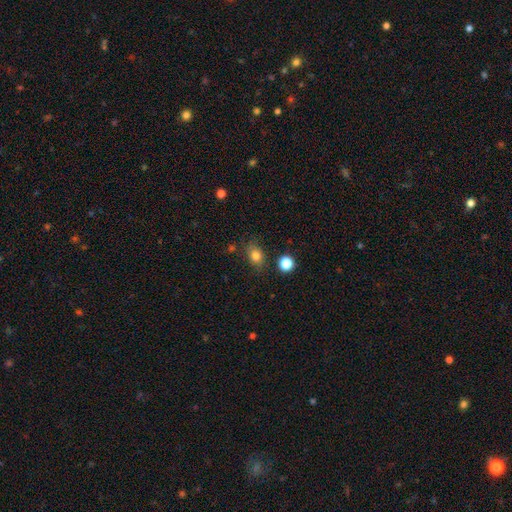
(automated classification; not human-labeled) Smooth or featured? smooth (81%)
How rounded? in between (59%)
Merging? none (77%)